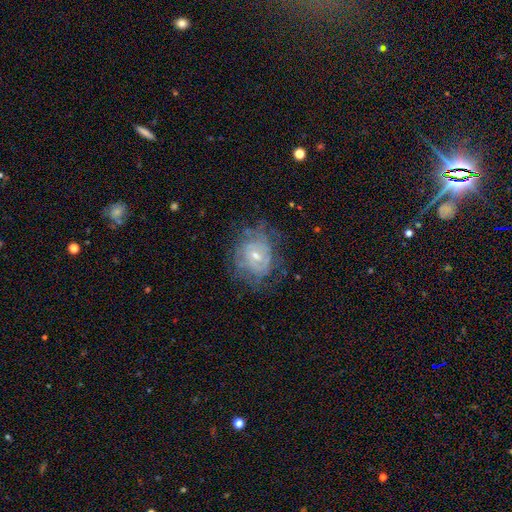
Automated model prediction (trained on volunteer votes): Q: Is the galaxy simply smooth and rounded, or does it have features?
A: featured or disk — 73%.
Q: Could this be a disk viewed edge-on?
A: no — 96%.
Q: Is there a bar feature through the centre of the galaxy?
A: no — 47%.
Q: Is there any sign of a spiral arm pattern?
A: yes — 74%.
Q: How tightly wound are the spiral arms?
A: tight — 64%.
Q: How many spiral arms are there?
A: can't tell — 59%.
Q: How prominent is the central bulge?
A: small — 55%.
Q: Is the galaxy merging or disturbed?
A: none — 64%.